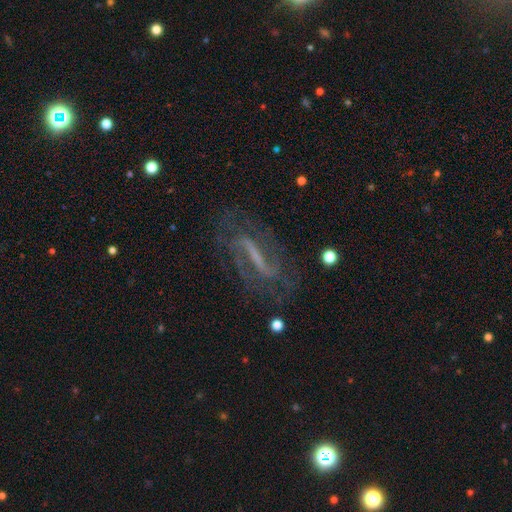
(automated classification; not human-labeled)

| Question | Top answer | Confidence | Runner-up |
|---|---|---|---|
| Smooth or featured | featured or disk | 80% | smooth (11%) |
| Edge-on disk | no | 82% | yes (18%) |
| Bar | strong | 65% | weak (25%) |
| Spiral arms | yes | 87% | no (13%) |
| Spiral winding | medium | 43% | loose (32%) |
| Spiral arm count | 2 | 79% | can't tell (12%) |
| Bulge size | none | 50% | small (32%) |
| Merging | none | 72% | minor disturbance (15%) |